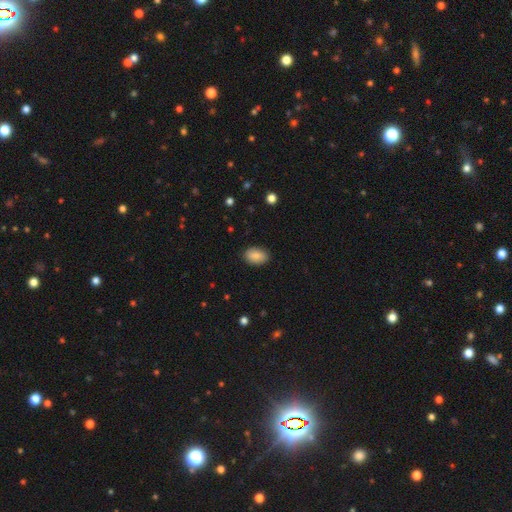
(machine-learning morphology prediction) Smooth or featured? smooth (85%)
How rounded? in between (88%)
Merging? none (87%)